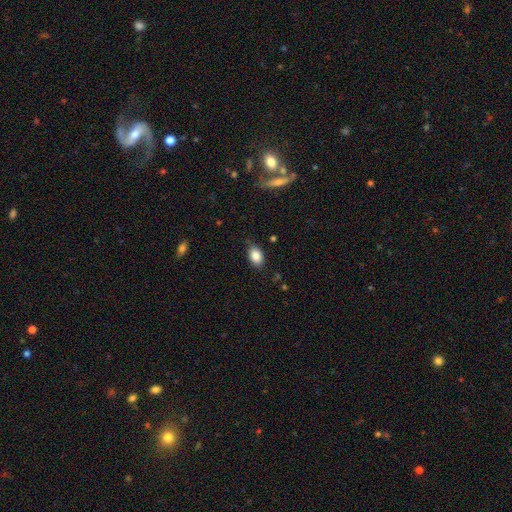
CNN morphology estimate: Smooth or featured? Predicted: smooth (p=0.86). How rounded? Predicted: in between (p=0.89). Merging? Predicted: none (p=0.82).